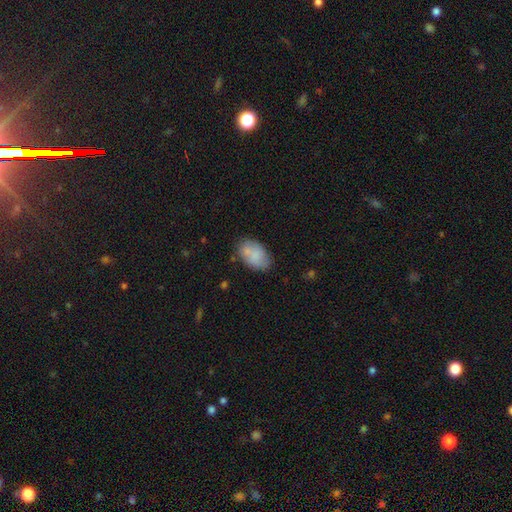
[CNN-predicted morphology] The model was most divided on "merging": none: 69%, minor disturbance: 20%, merger: 6%, major disturbance: 5%. More confident: how rounded — in between (91%); smooth or featured — smooth (79%).